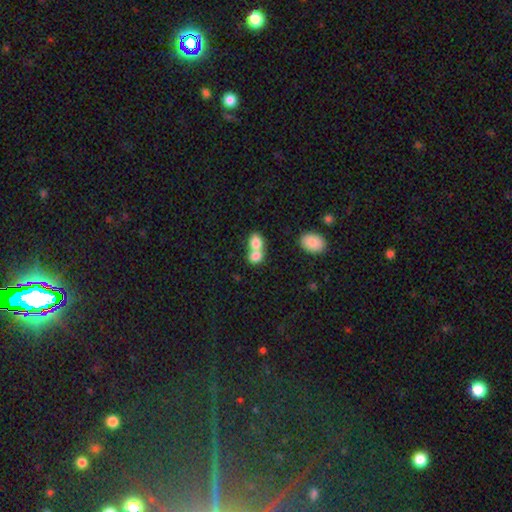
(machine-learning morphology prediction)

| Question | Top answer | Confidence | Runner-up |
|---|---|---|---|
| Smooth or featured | smooth | 79% | featured or disk (13%) |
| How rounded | round | 52% | in between (47%) |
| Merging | merger | 72% | none (21%) |